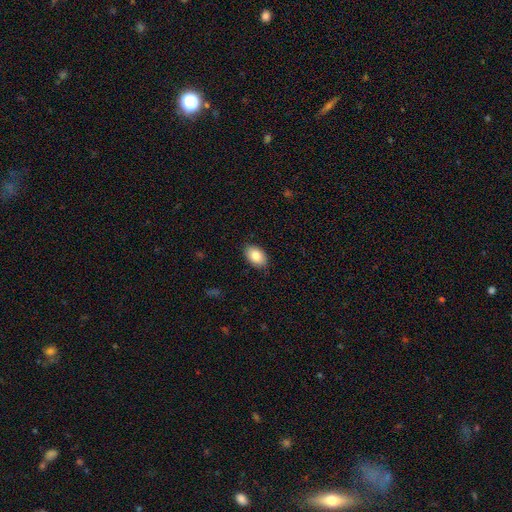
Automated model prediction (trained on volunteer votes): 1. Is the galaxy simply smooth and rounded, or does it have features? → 85% smooth, 8% featured or disk, 7% star or artifact.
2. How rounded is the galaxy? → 89% in between, 9% round, 1% cigar-shaped.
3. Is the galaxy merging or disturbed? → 86% none, 11% minor disturbance, 2% major disturbance, 1% merger.